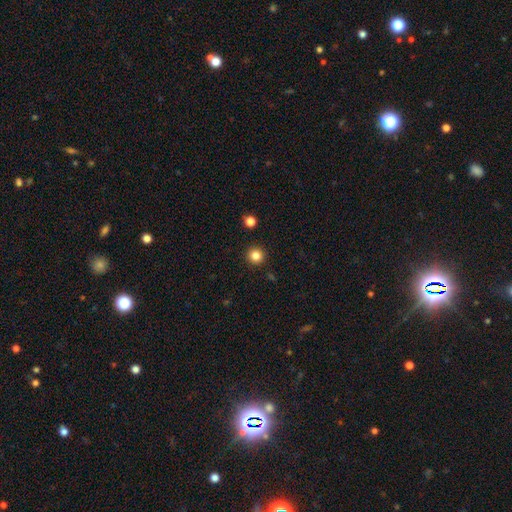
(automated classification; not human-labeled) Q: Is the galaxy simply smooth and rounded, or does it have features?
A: smooth — 83%.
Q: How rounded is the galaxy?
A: round — 95%.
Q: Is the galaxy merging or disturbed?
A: none — 93%.